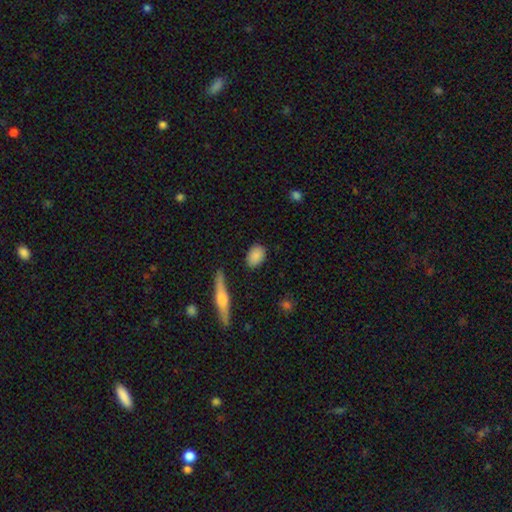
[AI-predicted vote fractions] A smooth galaxy with no disk features (85%) that is in between round and cigar-shaped (79%).

Vote fractions:
- Smooth or featured? smooth: 85% / featured or disk: 7% / star or artifact: 7%
- How rounded? in between: 79% / round: 18% / cigar-shaped: 3%
- Merging? none: 83% / minor disturbance: 12% / major disturbance: 3% / merger: 2%